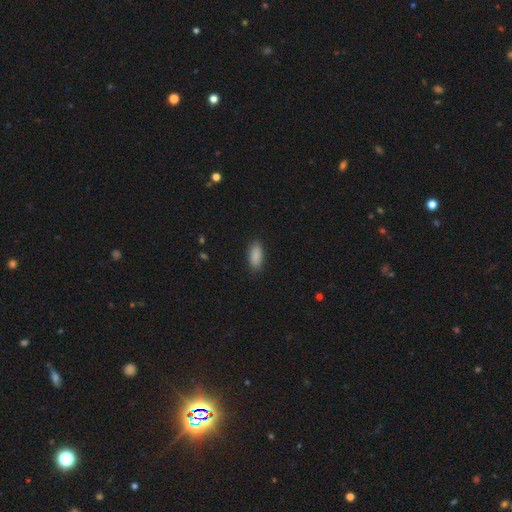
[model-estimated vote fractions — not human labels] smooth_or_featured: smooth (p=0.90) [alt: star or artifact p=0.07]
how_rounded: in between (p=0.88) [alt: cigar-shaped p=0.10]
merging: none (p=0.87) [alt: minor disturbance p=0.10]